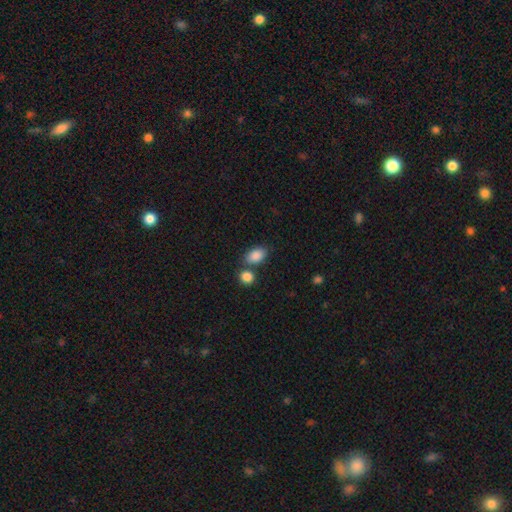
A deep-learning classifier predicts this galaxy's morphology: This appears to be a smooth galaxy with no disk features (87%) that is in between round and cigar-shaped (86%). Merging: none (61%).